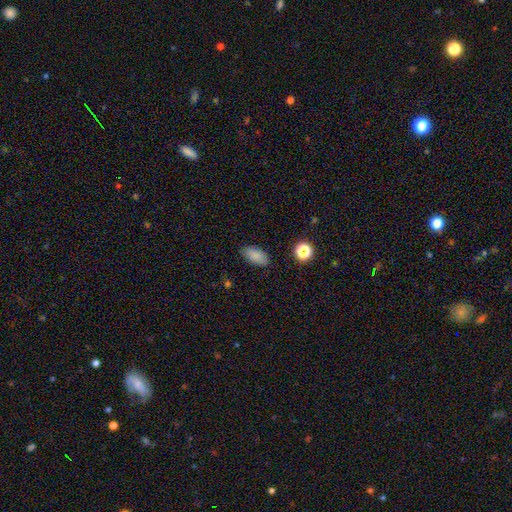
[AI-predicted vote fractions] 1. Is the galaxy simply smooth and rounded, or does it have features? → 86% smooth, 9% star or artifact, 5% featured or disk.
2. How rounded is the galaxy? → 91% in between, 5% round, 4% cigar-shaped.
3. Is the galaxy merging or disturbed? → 84% none, 12% minor disturbance, 3% major disturbance, 1% merger.